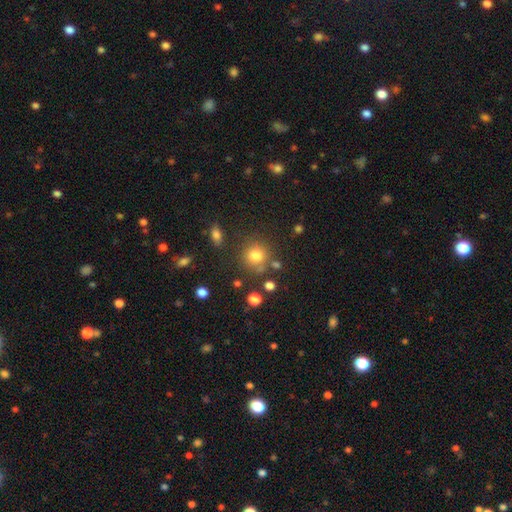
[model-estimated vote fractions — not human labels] smooth_or_featured: smooth (p=0.79) [alt: star or artifact p=0.14]
how_rounded: round (p=0.89) [alt: in between p=0.10]
merging: none (p=0.75) [alt: minor disturbance p=0.12]